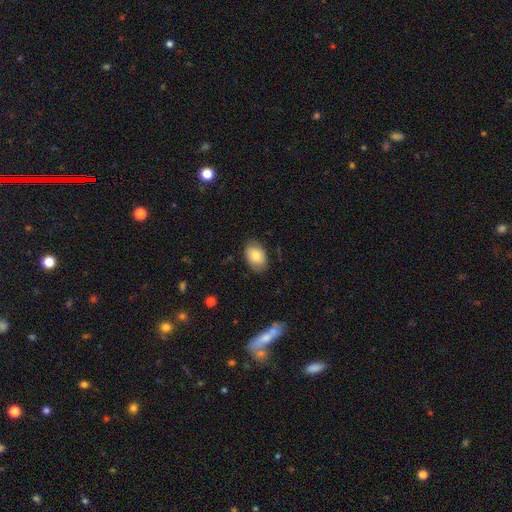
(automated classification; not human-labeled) This is likely a smooth galaxy (76%). How rounded: clearly in between (86%). Merging: clearly none (81%).